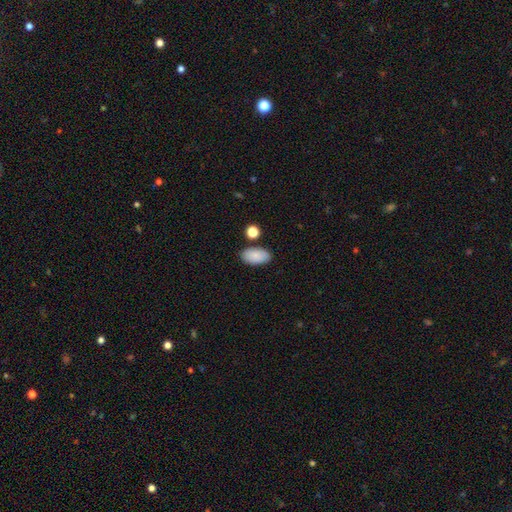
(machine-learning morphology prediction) Smooth or featured?
  - smooth: 87% *
  - star or artifact: 7%
  - featured or disk: 6%
How rounded?
  - in between: 94% *
  - round: 4%
  - cigar-shaped: 2%
Merging?
  - none: 81% *
  - minor disturbance: 11%
  - merger: 6%
  - major disturbance: 3%